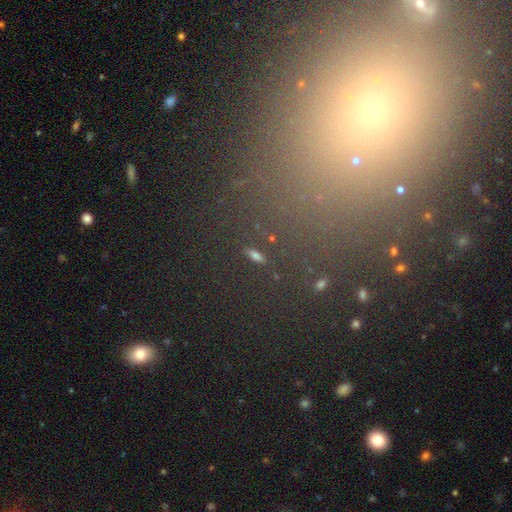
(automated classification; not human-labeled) The model was most divided on "smooth or featured": smooth: 56%, star or artifact: 27%, featured or disk: 17%. More confident: merging — none (85%); how rounded — in between (61%).